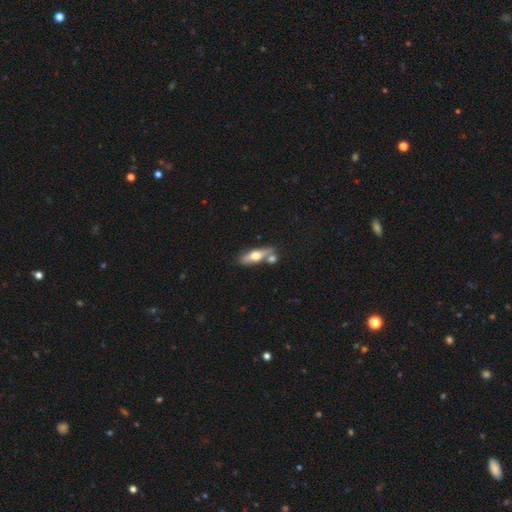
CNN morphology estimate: This is possibly a smooth galaxy (47%, tied with featured or disk). Merging: likely none (62%).